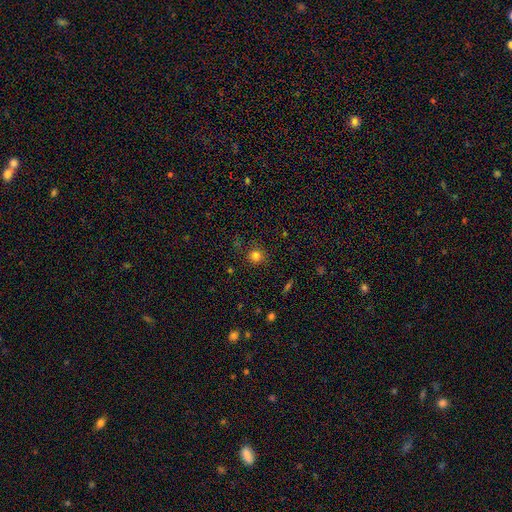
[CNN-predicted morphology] This is likely a smooth galaxy (80%). How rounded: clearly round (91%). Merging: clearly none (85%).